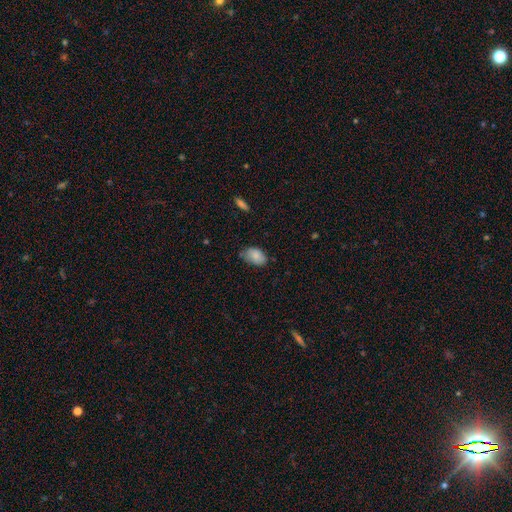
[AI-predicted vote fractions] This appears to be a smooth galaxy with no disk features (85%) that is in between round and cigar-shaped (88%). Merging: none (61%).